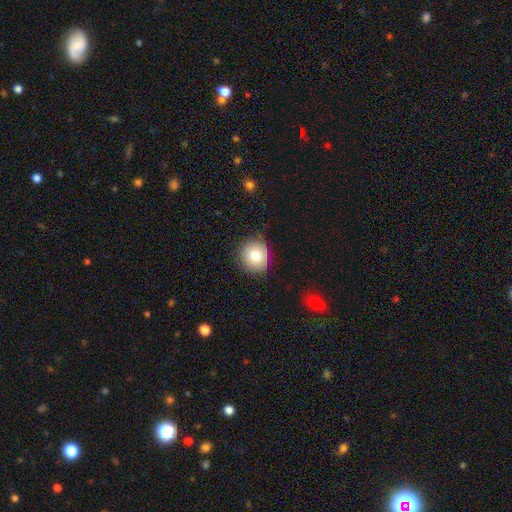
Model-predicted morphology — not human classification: Q: Smooth or featured?
A: smooth (82%); runner-up: featured or disk (9%)
Q: How rounded?
A: round (81%); runner-up: in between (18%)
Q: Merging?
A: none (84%); runner-up: minor disturbance (12%)